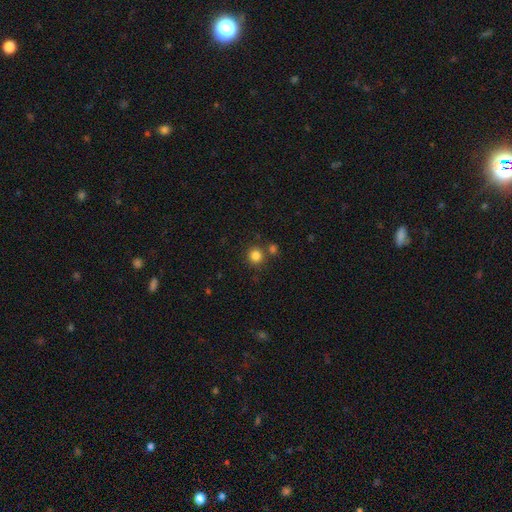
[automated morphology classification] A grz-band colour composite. It shows a smooth galaxy with no disk features (83%) that is round (93%). Merging: none (78%).